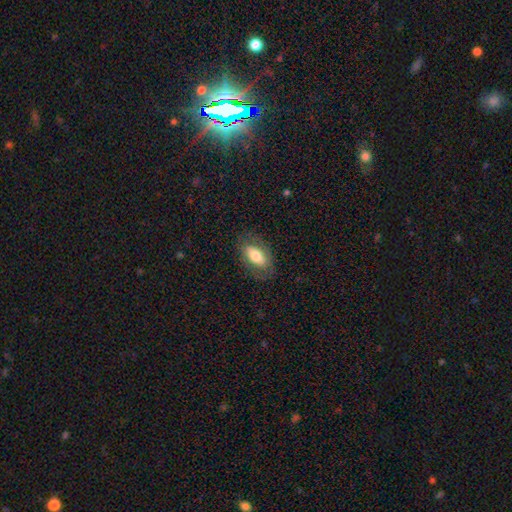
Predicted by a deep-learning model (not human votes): smooth-or-featured: smooth: 65% | featured or disk: 28% | star or artifact: 7%
  how-rounded: in between: 91% | cigar-shaped: 5% | round: 4%
  merging: none: 78% | minor disturbance: 14% | major disturbance: 7% | merger: 1%